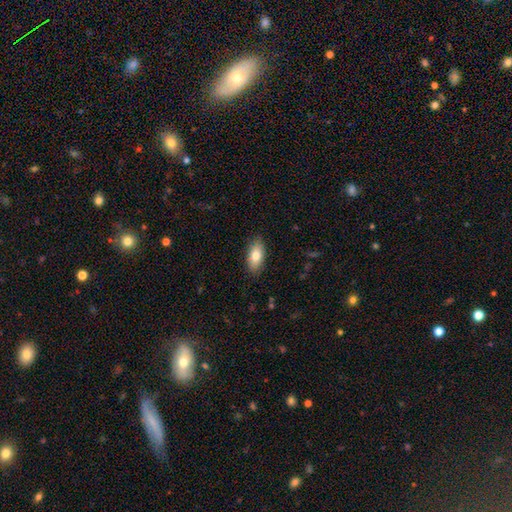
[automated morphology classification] Smooth or featured? Predicted: smooth (p=0.78). How rounded? Predicted: in between (p=0.90). Merging? Predicted: none (p=0.86).